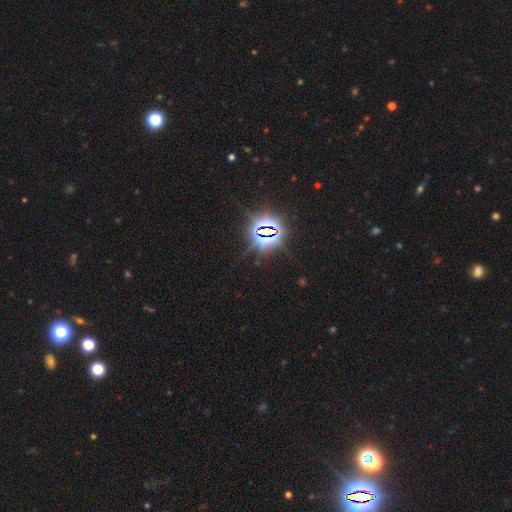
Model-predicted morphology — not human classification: This is likely a star or artifact rather than a galaxy (79%).